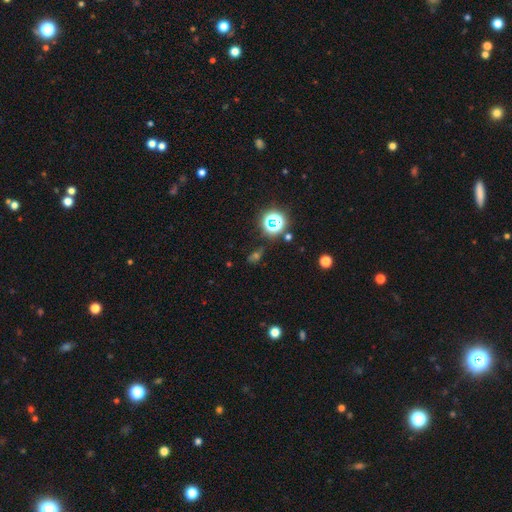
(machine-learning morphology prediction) Smooth or featured?
  - star or artifact: 57% *
  - smooth: 31%
  - featured or disk: 12%